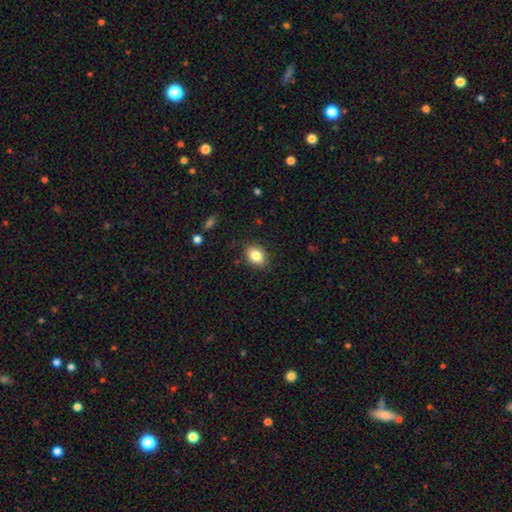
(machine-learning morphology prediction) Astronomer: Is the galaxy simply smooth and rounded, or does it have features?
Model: smooth — 84%.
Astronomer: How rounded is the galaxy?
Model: in between — 71%.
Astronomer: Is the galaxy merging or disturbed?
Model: none — 86%.